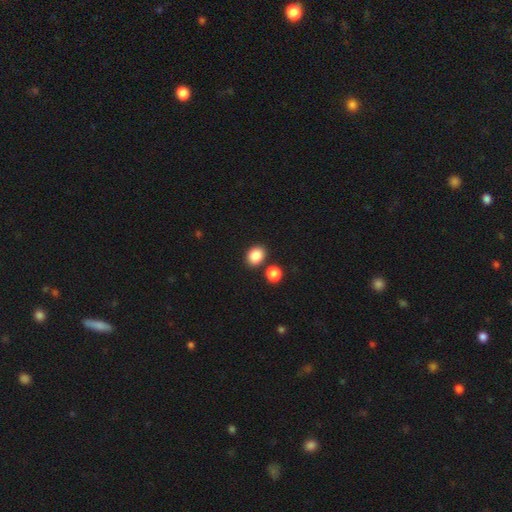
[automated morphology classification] A smooth galaxy with no disk features (86%) that is round (50%). Merging: none (80%).